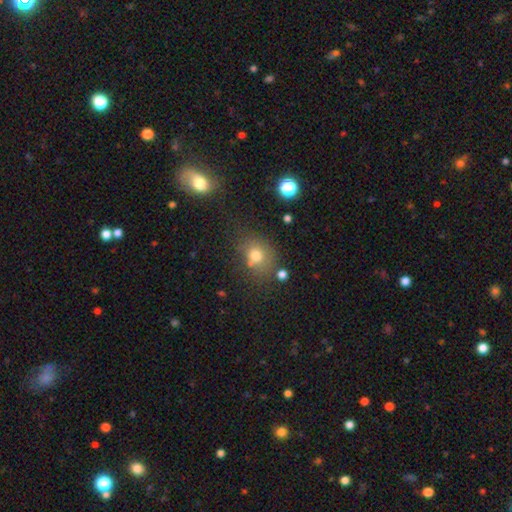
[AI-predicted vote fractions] smooth_or_featured: smooth (p=0.74) [alt: star or artifact p=0.15]
how_rounded: round (p=0.62) [alt: in between p=0.37]
merging: none (p=0.61) [alt: minor disturbance p=0.18]